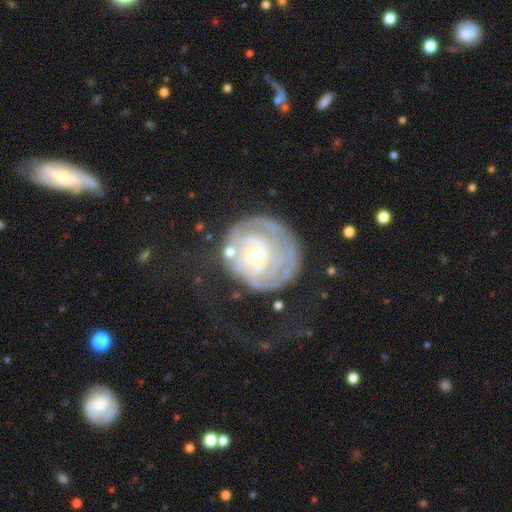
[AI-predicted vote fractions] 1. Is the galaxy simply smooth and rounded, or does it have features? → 75% featured or disk, 18% smooth, 7% star or artifact.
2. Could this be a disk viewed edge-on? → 97% no, 3% yes.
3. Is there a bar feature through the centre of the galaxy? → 78% no, 18% weak, 4% strong.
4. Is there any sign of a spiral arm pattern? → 74% yes, 26% no.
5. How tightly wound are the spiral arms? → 73% tight, 17% medium, 10% loose.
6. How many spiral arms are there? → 54% can't tell, 15% 2, 12% 1, 9% 3, 5% 4, 5% more than 4.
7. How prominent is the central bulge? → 56% small, 37% moderate, 3% large, 2% none, 1% dominant.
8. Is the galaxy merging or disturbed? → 47% none, 26% major disturbance, 20% minor disturbance, 6% merger.